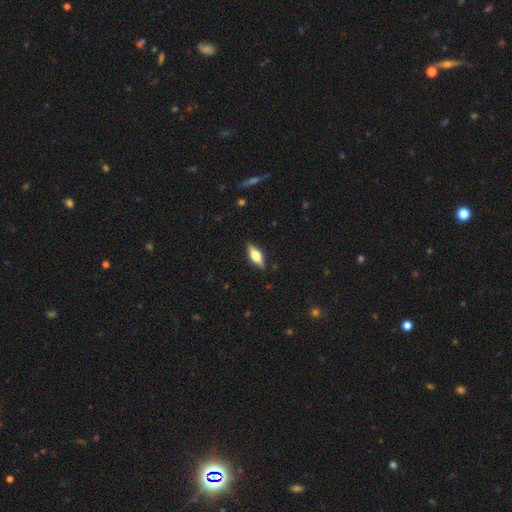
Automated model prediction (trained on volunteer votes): Smooth or featured?
  - featured or disk: 59% *
  - smooth: 34%
  - star or artifact: 6%
Edge-on disk?
  - yes: 95% *
  - no: 5%
Edge-on bulge?
  - rounded: 92% *
  - boxy: 6%
  - none: 2%
Merging?
  - none: 89% *
  - minor disturbance: 8%
  - major disturbance: 2%
  - merger: 1%